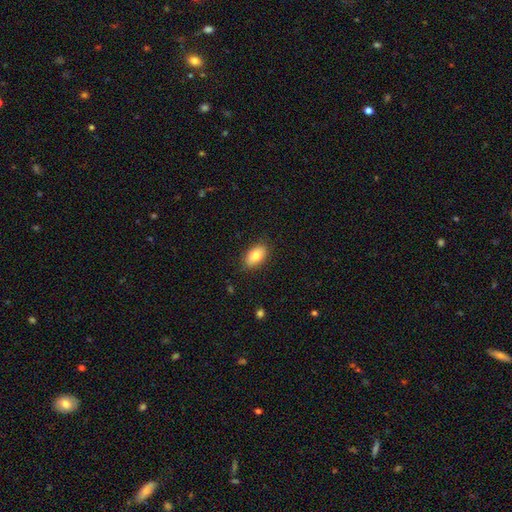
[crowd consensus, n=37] smooth 84%, featured or disk 11%, star or artifact 5%. Down the decision tree: how rounded — in between (94%); merging — none (89%).